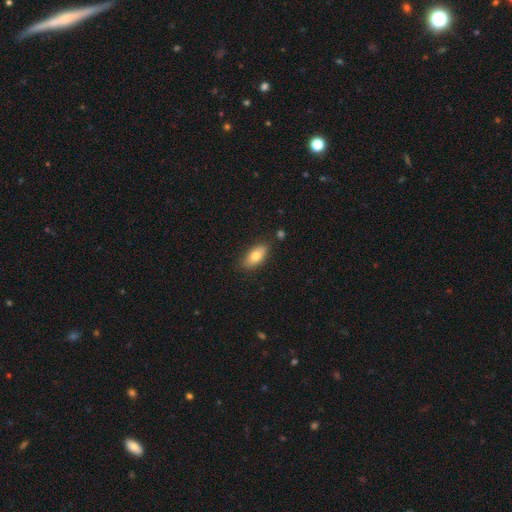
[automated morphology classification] Smooth or featured? smooth (77%)
How rounded? in between (85%)
Merging? none (83%)